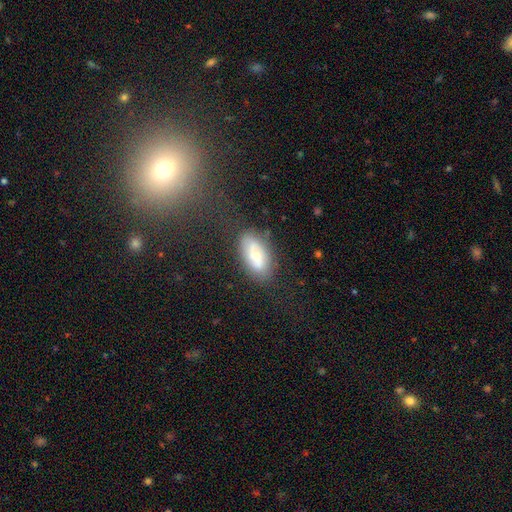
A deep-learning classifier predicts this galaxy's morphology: smooth 50%, featured or disk 41%, star or artifact 8%. Down the decision tree: how rounded — in between (89%); merging — none (75%).